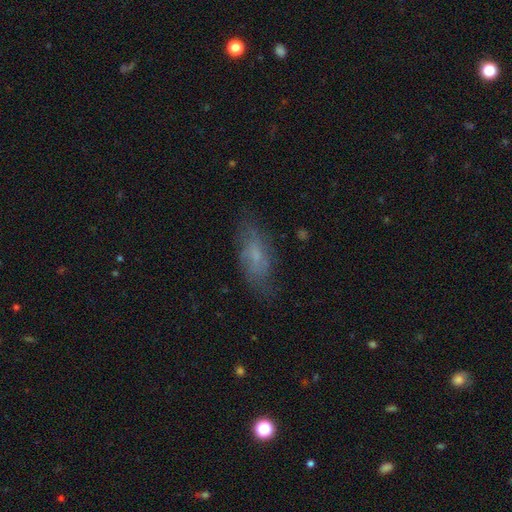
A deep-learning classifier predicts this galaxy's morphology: type=smooth (53%); roundness=in between (72%); merging=none (69%).